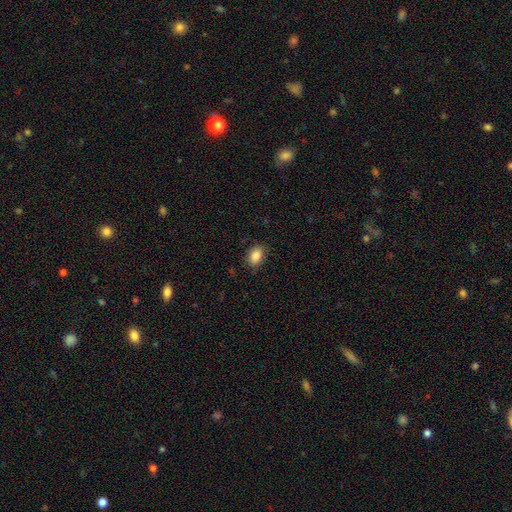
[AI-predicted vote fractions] A smooth galaxy with no disk features (88%) that is in between round and cigar-shaped (84%). Merging: none (85%).